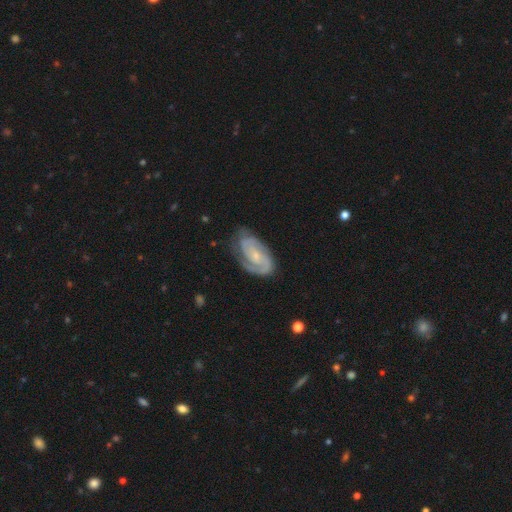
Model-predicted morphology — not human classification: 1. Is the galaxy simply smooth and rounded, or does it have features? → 88% featured or disk, 8% smooth, 5% star or artifact.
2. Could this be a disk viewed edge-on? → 97% no, 3% yes.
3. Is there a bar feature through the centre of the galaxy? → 56% no, 34% weak, 10% strong.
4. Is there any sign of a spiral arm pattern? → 98% yes, 2% no.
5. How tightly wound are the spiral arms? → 59% tight, 35% medium, 6% loose.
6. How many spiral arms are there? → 80% 2, 7% can't tell, 6% 3, 4% 1, 2% 4, 2% more than 4.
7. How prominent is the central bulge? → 65% small, 25% moderate, 7% none, 2% large, 1% dominant.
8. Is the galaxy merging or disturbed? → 74% none, 19% minor disturbance, 6% major disturbance, 1% merger.